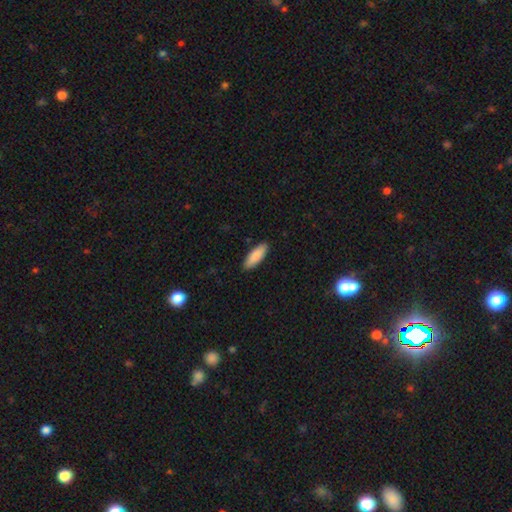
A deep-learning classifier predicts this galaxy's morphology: Smooth or featured? smooth (88%)
How rounded? in between (65%)
Merging? none (89%)